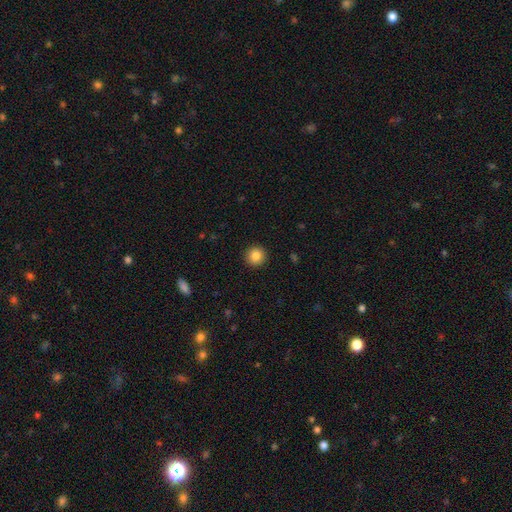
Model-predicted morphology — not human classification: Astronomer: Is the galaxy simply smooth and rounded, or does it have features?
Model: smooth — 85%.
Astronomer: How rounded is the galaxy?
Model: round — 94%.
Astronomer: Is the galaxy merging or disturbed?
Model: none — 93%.